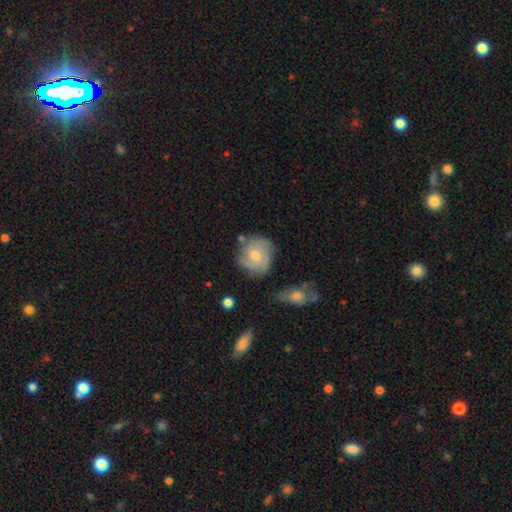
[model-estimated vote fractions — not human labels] smooth_or_featured: featured or disk (p=0.65) [alt: smooth p=0.29]
disk_edge_on: no (p=0.97) [alt: yes p=0.03]
bar: no (p=0.61) [alt: weak p=0.35]
has_spiral_arms: yes (p=0.88) [alt: no p=0.12]
spiral_winding: tight (p=0.50) [alt: medium p=0.38]
spiral_arm_count: can't tell (p=0.31) [alt: 3 p=0.28]
bulge_size: small (p=0.52) [alt: moderate p=0.41]
merging: none (p=0.62) [alt: minor disturbance p=0.22]